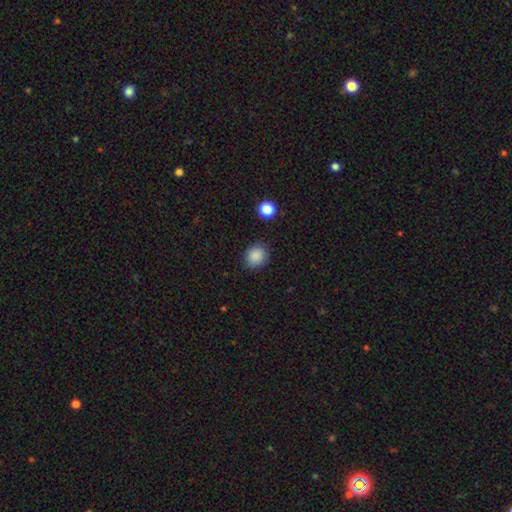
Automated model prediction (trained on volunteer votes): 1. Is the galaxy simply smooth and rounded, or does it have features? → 87% smooth, 10% star or artifact, 4% featured or disk.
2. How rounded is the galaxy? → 69% round, 30% in between, 1% cigar-shaped.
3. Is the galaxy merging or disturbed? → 86% none, 10% minor disturbance, 3% major disturbance, 2% merger.